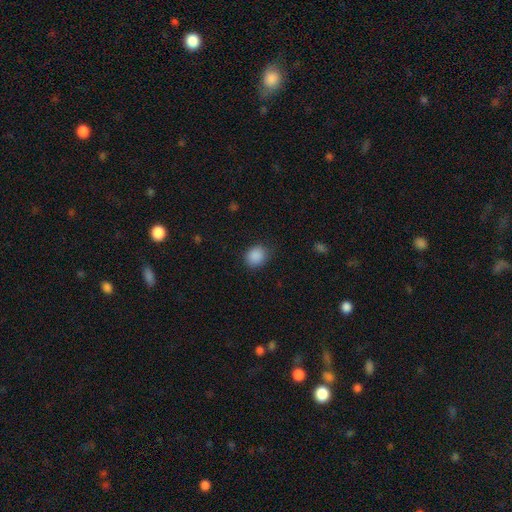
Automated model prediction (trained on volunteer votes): A smooth galaxy with no disk features (89%) that is round (68%).

Vote fractions:
- Smooth or featured? smooth: 89% / star or artifact: 9% / featured or disk: 3%
- How rounded? round: 68% / in between: 31% / cigar-shaped: 1%
- Merging? none: 82% / minor disturbance: 13% / major disturbance: 4% / merger: 1%